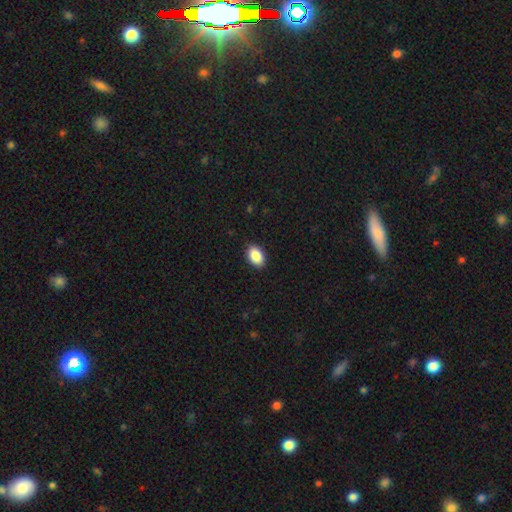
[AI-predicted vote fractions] Smooth or featured? Predicted: smooth (p=0.89). How rounded? Predicted: in between (p=0.89). Merging? Predicted: none (p=0.89).